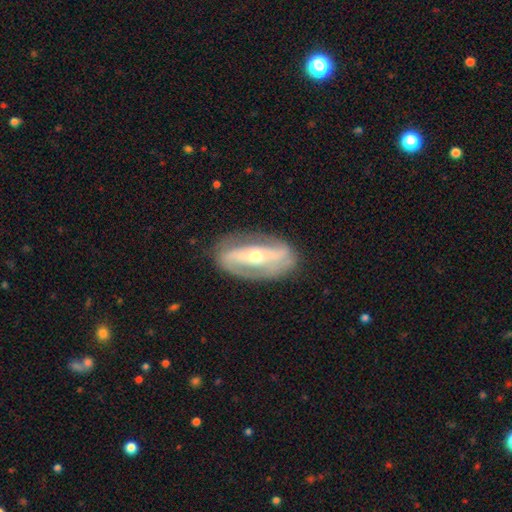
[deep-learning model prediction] smooth_or_featured: featured or disk (p=0.80) [alt: smooth p=0.15]
disk_edge_on: no (p=0.88) [alt: yes p=0.12]
bar: strong (p=0.52) [alt: no p=0.27]
has_spiral_arms: yes (p=0.72) [alt: no p=0.28]
spiral_winding: tight (p=0.37) [tied with: medium p=0.37]
spiral_arm_count: 2 (p=0.77) [alt: can't tell p=0.14]
bulge_size: small (p=0.49) [alt: moderate p=0.47]
merging: none (p=0.76) [alt: minor disturbance p=0.16]